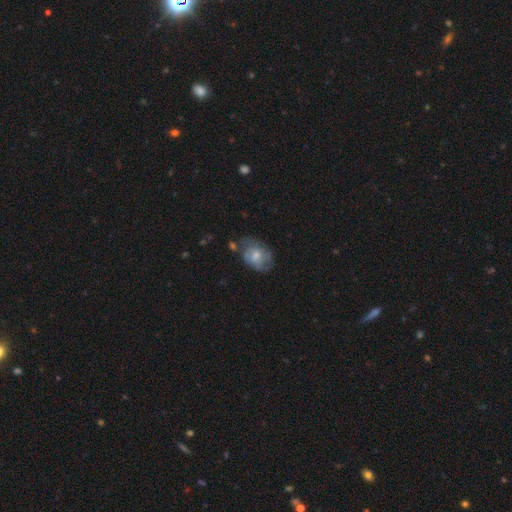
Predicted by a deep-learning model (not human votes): Q: Smooth or featured?
A: smooth (54%); runner-up: featured or disk (38%)
Q: How rounded?
A: in between (73%); runner-up: round (26%)
Q: Merging?
A: none (48%); runner-up: minor disturbance (30%)